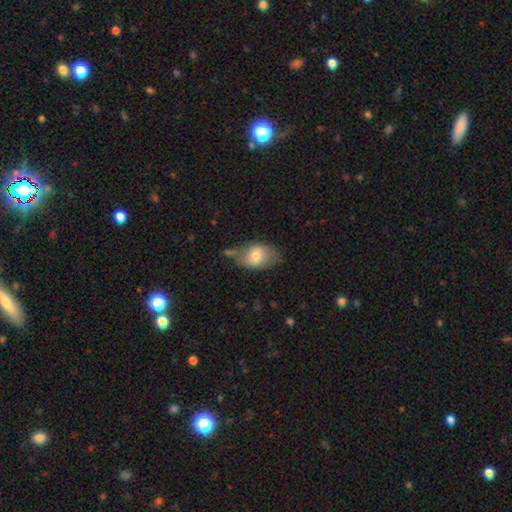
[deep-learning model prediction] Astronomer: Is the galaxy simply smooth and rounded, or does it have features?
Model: smooth — 69%.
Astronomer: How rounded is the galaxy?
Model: in between — 84%.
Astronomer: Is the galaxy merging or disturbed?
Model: none — 50% (runner-up: minor disturbance, 28%).